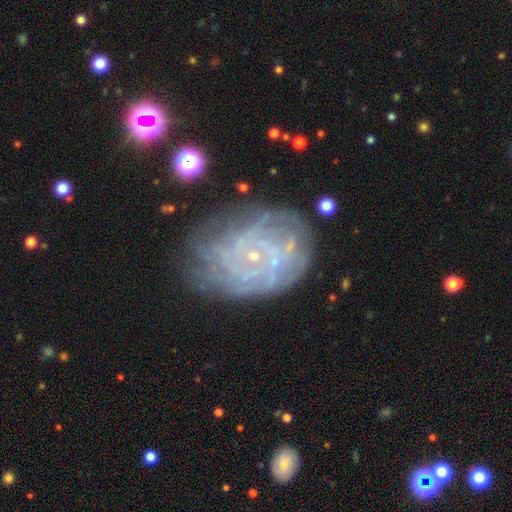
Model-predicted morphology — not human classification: Smooth or featured? featured or disk (78%)
Edge-on disk? no (97%)
Bar? no (77%)
Spiral arms? yes (85%)
Spiral winding? tight (72%)
Spiral arm count? can't tell (48%)
Bulge size? small (87%)
Merging? none (63%)